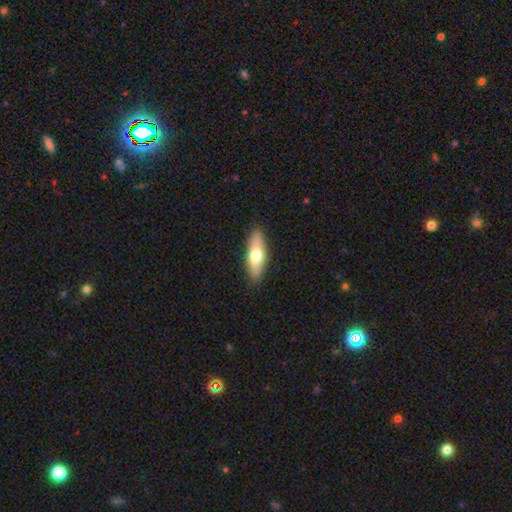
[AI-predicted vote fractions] The model was most divided on "how rounded": in between: 54%, cigar-shaped: 44%, round: 3%. More confident: merging — none (88%); smooth or featured — smooth (64%).